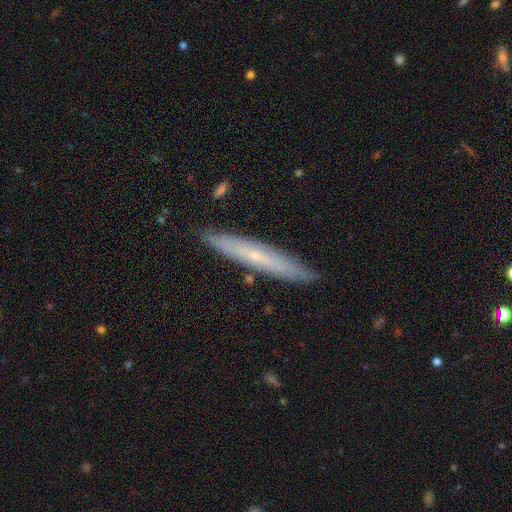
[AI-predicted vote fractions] featured or disk 51%, smooth 43%, star or artifact 7%. Down the decision tree: edge-on disk — yes (82%); merging — none (89%).